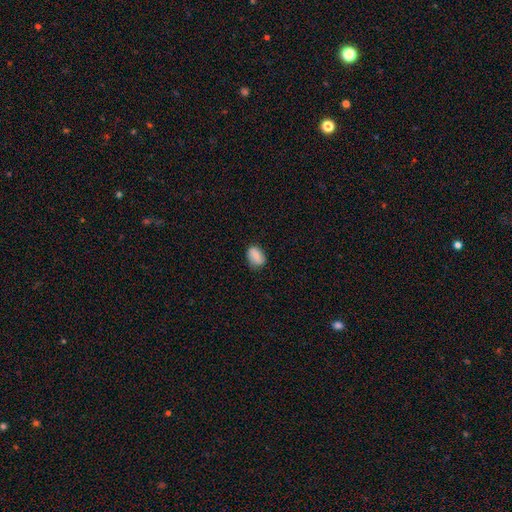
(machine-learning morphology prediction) The model was most divided on "merging": none: 76%, minor disturbance: 19%, major disturbance: 4%, merger: 1%. More confident: smooth or featured — smooth (83%); how rounded — in between (82%).